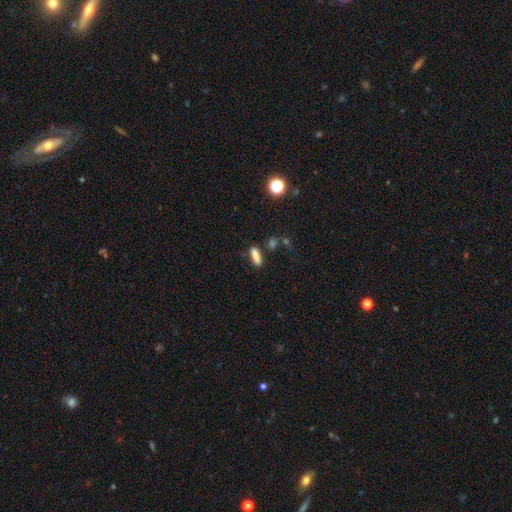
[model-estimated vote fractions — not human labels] smooth 82%, star or artifact 10%, featured or disk 8%. Down the decision tree: how rounded — cigar-shaped (54%); merging — none (76%).